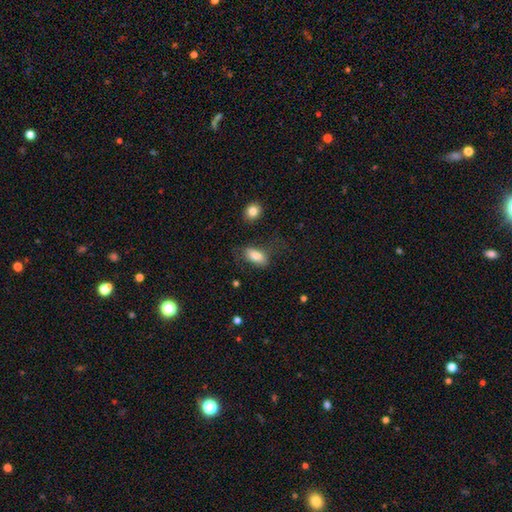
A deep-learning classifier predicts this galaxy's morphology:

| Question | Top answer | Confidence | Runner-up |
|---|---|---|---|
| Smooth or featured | smooth | 81% | featured or disk (11%) |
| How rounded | in between | 90% | round (5%) |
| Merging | none | 59% | minor disturbance (23%) |